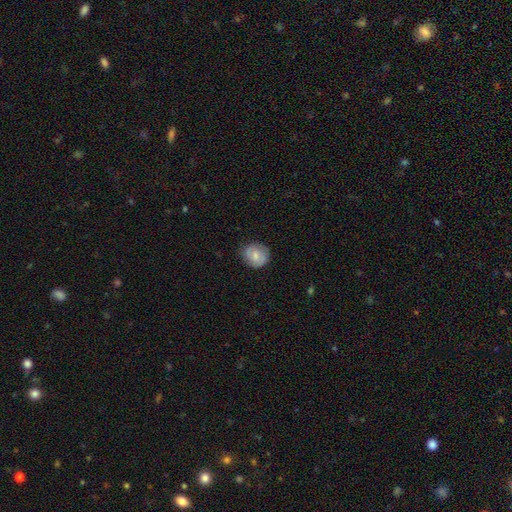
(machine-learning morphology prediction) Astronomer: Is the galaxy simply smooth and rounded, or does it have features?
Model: smooth — 56% (runner-up: featured or disk, 37%).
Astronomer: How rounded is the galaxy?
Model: round — 77%.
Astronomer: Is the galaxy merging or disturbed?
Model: none — 78%.